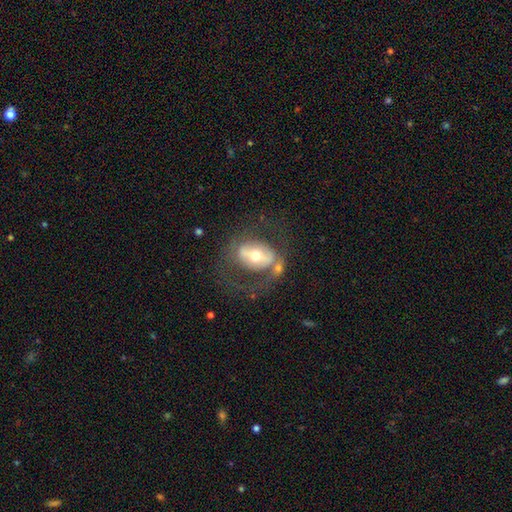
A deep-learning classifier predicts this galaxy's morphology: Smooth or featured? featured or disk (62%)
Edge-on disk? no (91%)
Bar? strong (39%)
Spiral arms? no (60%)
Bulge size? moderate (70%)
Merging? none (50%)